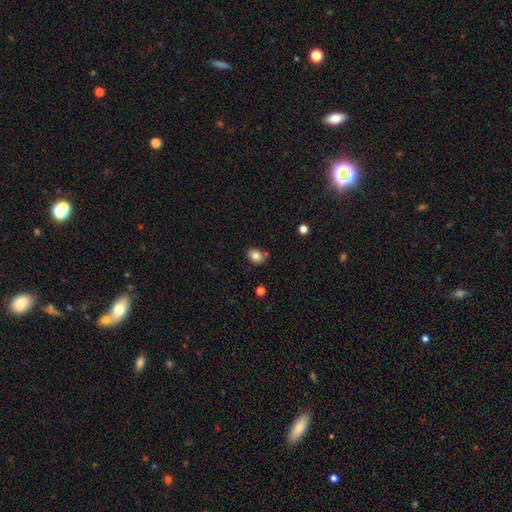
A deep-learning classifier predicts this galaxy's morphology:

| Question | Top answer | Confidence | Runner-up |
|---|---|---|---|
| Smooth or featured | smooth | 83% | star or artifact (10%) |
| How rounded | in between | 60% | round (39%) |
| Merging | none | 74% | minor disturbance (16%) |